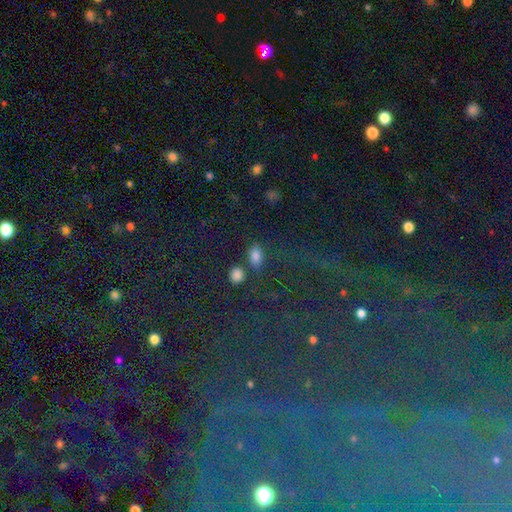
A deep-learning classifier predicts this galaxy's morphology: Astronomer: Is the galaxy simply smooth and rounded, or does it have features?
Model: smooth — 80%.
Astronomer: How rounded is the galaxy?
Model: in between — 79%.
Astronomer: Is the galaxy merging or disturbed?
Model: none — 68%.